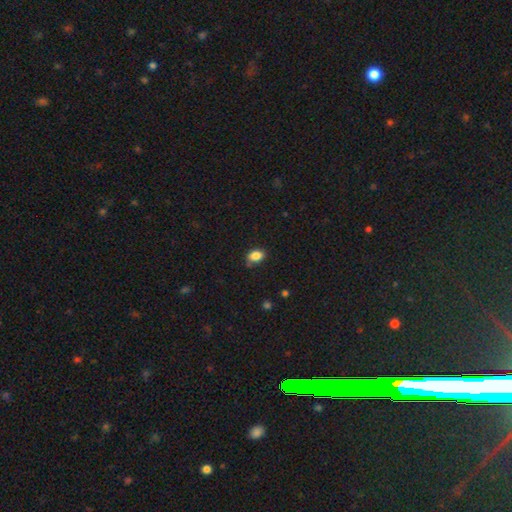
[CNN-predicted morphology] The model was most divided on "merging": none: 73%, minor disturbance: 21%, major disturbance: 4%, merger: 3%. More confident: smooth or featured — smooth (86%); how rounded — in between (83%).